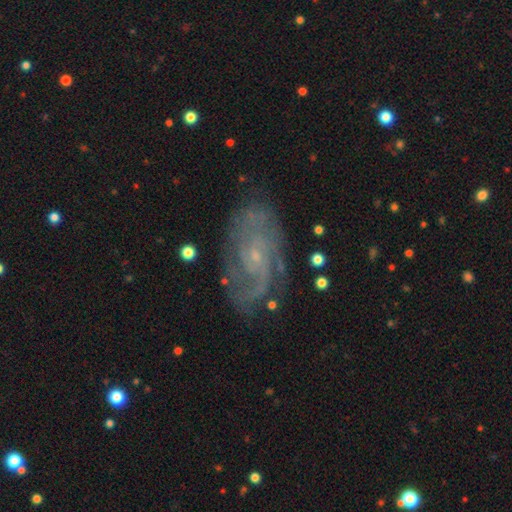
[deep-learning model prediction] The model was most divided on "spiral winding": tight: 44%, medium: 43%, loose: 13%. Remaining: edge-on disk — no (96%); spiral arms — yes (95%); smooth or featured — featured or disk (86%); bulge size — small (83%); merging — none (74%); bar — no (67%); spiral arm count — 2 (41%).